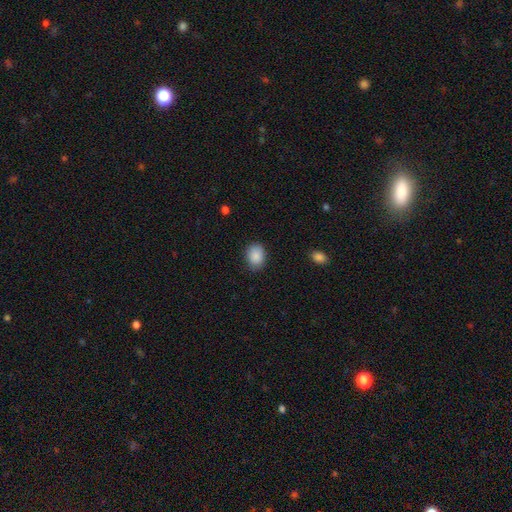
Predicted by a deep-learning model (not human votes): A smooth galaxy with no disk features (88%) that is in between round and cigar-shaped (65%).

Vote fractions:
- Smooth or featured? smooth: 88% / star or artifact: 8% / featured or disk: 4%
- How rounded? in between: 65% / round: 34% / cigar-shaped: 1%
- Merging? none: 82% / minor disturbance: 14% / major disturbance: 3% / merger: 1%